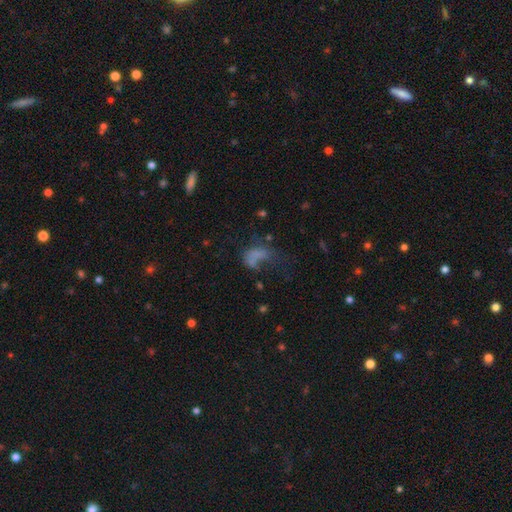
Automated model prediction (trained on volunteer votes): Smooth or featured? Predicted: smooth (p=0.54). How rounded? Predicted: in between (p=0.83). Merging? Predicted: major disturbance (p=0.46).